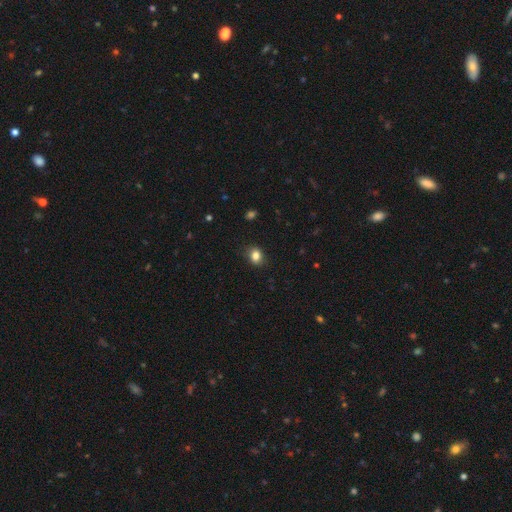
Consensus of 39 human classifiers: Q: Smooth or featured?
A: smooth (90%); runner-up: featured or disk (5%)
Q: How rounded?
A: in between (54%); runner-up: round (46%)
Q: Merging?
A: none (89%); runner-up: minor disturbance (8%)